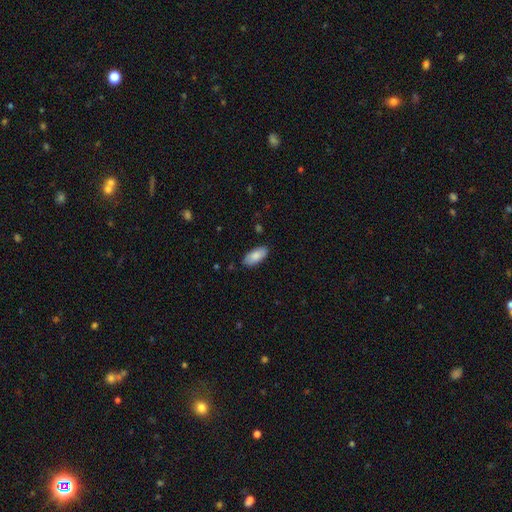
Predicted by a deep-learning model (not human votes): Smooth or featured?
  - smooth: 84% *
  - featured or disk: 10%
  - star or artifact: 6%
How rounded?
  - in between: 91% *
  - cigar-shaped: 8%
  - round: 2%
Merging?
  - none: 86% *
  - minor disturbance: 11%
  - major disturbance: 2%
  - merger: 1%